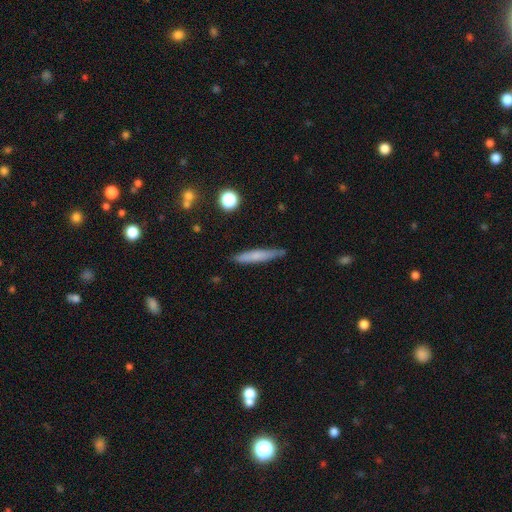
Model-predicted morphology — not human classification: A smooth galaxy with no disk features (63%) that is cigar-shaped (93%).

Vote fractions:
- Smooth or featured? smooth: 63% / featured or disk: 30% / star or artifact: 7%
- How rounded? cigar-shaped: 93% / in between: 5% / round: 2%
- Merging? none: 83% / minor disturbance: 13% / major disturbance: 2% / merger: 2%